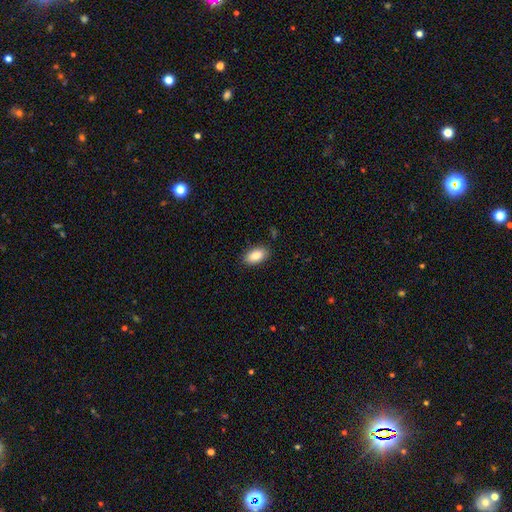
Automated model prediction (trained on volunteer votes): smooth-or-featured: smooth: 87% | star or artifact: 7% | featured or disk: 6%
  how-rounded: in between: 94% | round: 4% | cigar-shaped: 2%
  merging: none: 87% | minor disturbance: 9% | major disturbance: 2% | merger: 1%